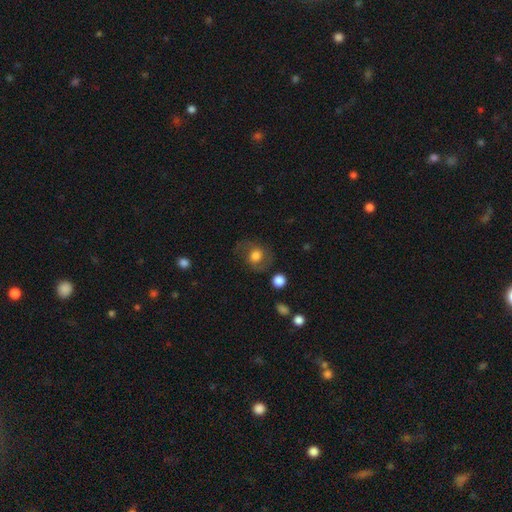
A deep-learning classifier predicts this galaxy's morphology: Smooth or featured?
  - smooth: 51% *
  - featured or disk: 40%
  - star or artifact: 9%
How rounded?
  - round: 71% *
  - in between: 28%
  - cigar-shaped: 1%
Merging?
  - none: 66% *
  - minor disturbance: 18%
  - major disturbance: 14%
  - merger: 2%